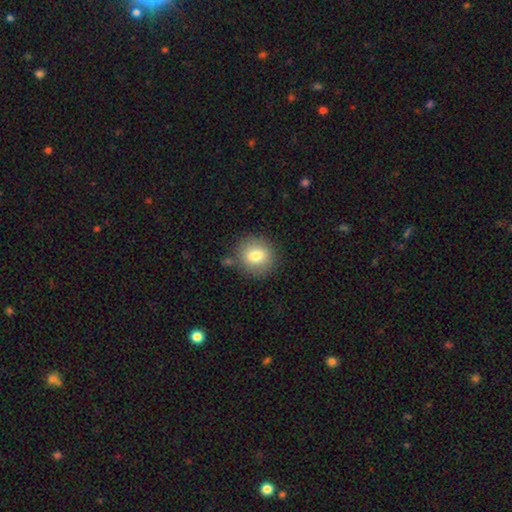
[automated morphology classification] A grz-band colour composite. It shows a smooth galaxy with no disk features (78%) that is round (82%). Merging: none (80%).